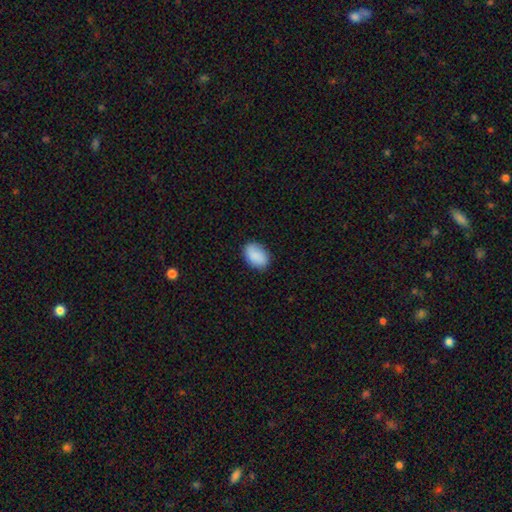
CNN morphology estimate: smooth 89%, star or artifact 7%, featured or disk 5%. Down the decision tree: how rounded — in between (85%); merging — none (83%).